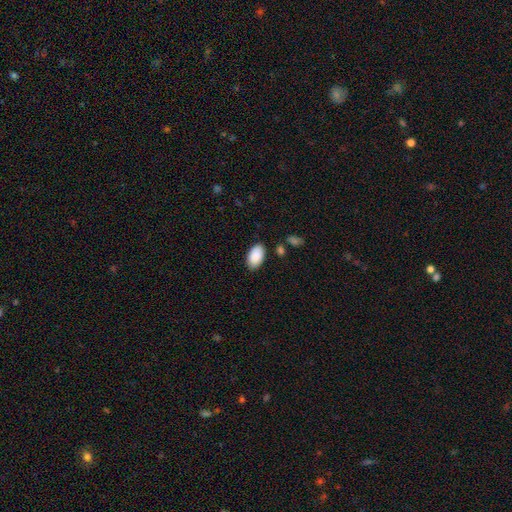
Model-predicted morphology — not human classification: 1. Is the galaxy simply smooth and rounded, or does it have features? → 90% smooth, 6% star or artifact, 4% featured or disk.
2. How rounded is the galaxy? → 95% in between, 4% round, 1% cigar-shaped.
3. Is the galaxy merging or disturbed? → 84% none, 11% minor disturbance, 2% major disturbance, 2% merger.